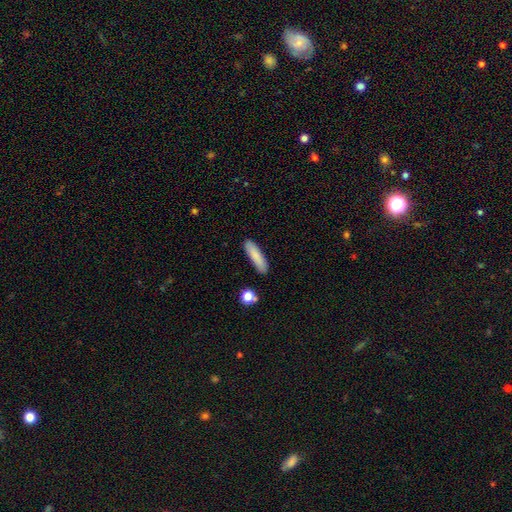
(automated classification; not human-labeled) Q: Smooth or featured?
A: smooth (83%); runner-up: featured or disk (10%)
Q: How rounded?
A: cigar-shaped (70%); runner-up: in between (28%)
Q: Merging?
A: none (87%); runner-up: minor disturbance (9%)